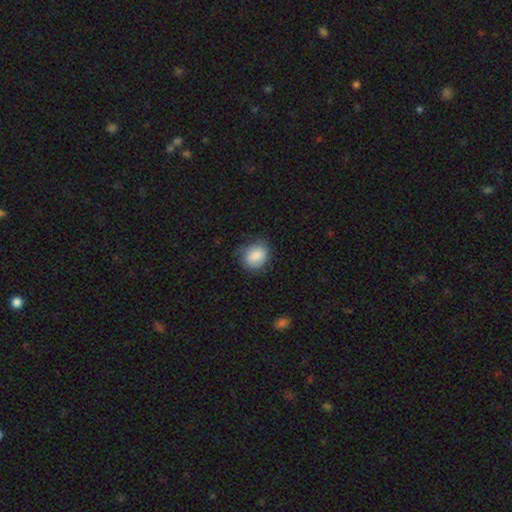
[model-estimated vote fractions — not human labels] A smooth galaxy with no disk features (86%) that is round (53%).

Vote fractions:
- Smooth or featured? smooth: 86% / star or artifact: 7% / featured or disk: 7%
- How rounded? round: 53% / in between: 46% / cigar-shaped: 1%
- Merging? none: 70% / minor disturbance: 23% / major disturbance: 6% / merger: 1%